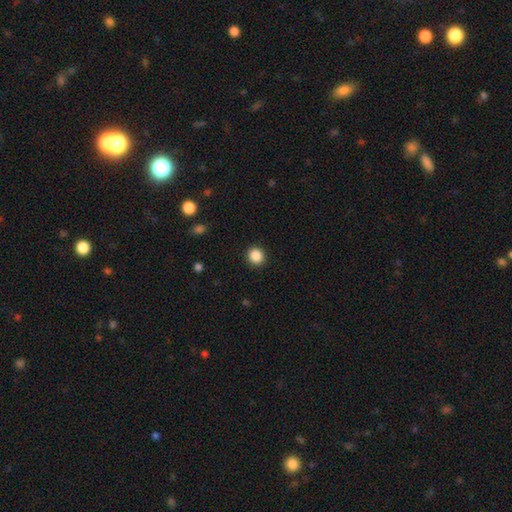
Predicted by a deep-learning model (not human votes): This is clearly a smooth galaxy (87%). How rounded: clearly round (89%). Merging: clearly none (92%).